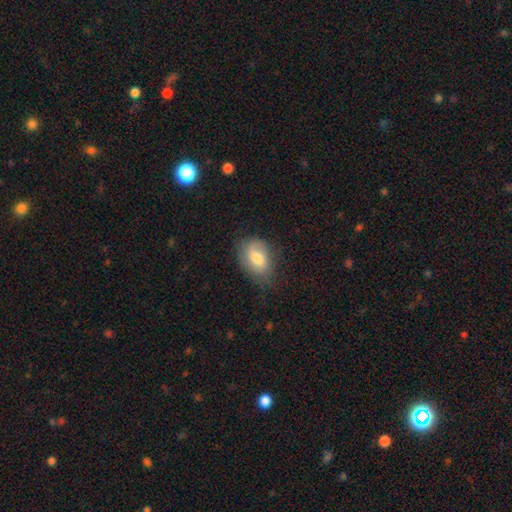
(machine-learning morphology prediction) A smooth galaxy with no disk features (56%) that is in between round and cigar-shaped (80%).

Vote fractions:
- Smooth or featured? smooth: 56% / featured or disk: 37% / star or artifact: 8%
- How rounded? in between: 80% / round: 18% / cigar-shaped: 2%
- Merging? none: 65% / minor disturbance: 26% / major disturbance: 8% / merger: 1%